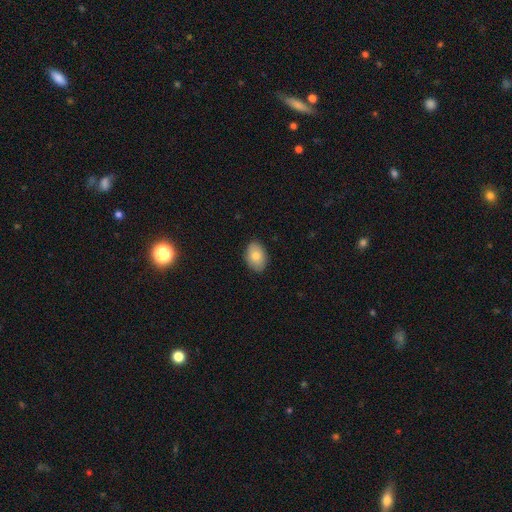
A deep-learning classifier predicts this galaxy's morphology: type=smooth (81%); roundness=in between (84%); merging=none (87%).